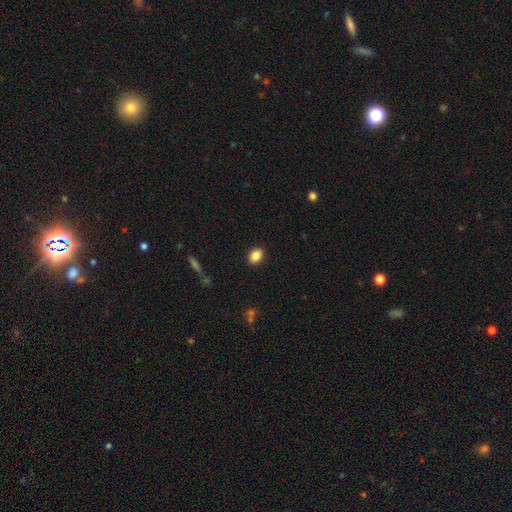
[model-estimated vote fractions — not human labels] The model was most divided on "how rounded": in between: 66%, round: 33%, cigar-shaped: 1%. More confident: merging — none (89%); smooth or featured — smooth (87%).